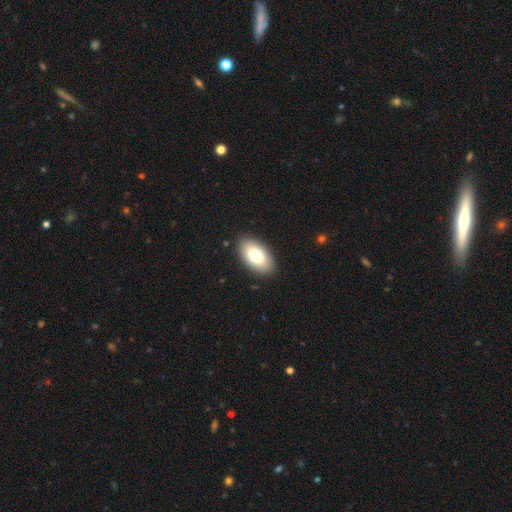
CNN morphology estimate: A smooth galaxy with no disk features (78%) that is in between round and cigar-shaped (94%). Merging: none (89%).